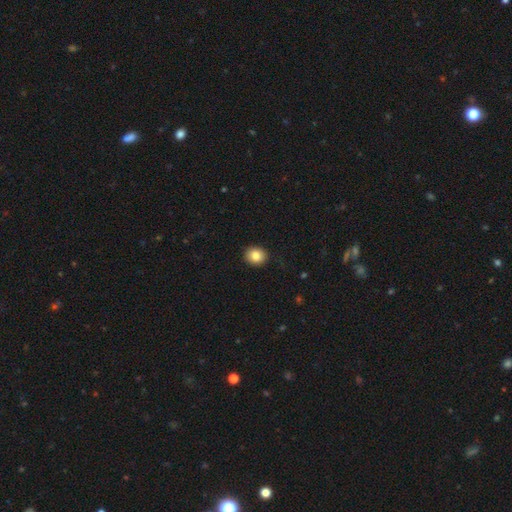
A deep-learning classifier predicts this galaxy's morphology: Smooth or featured: smooth — 84% (star or artifact — 9%)
How rounded: round — 74% (in between — 25%)
Merging: none — 89% (minor disturbance — 8%)